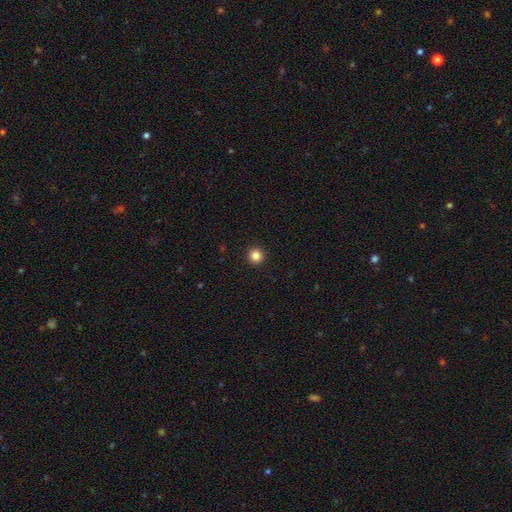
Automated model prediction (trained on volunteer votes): This is clearly a smooth galaxy (84%). How rounded: clearly round (96%). Merging: clearly none (94%).